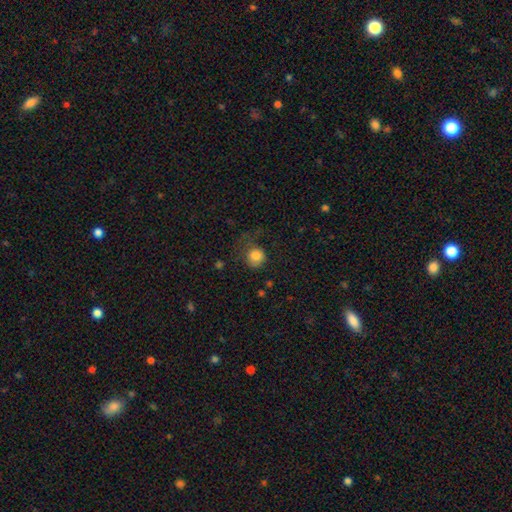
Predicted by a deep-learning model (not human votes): smooth_or_featured: smooth (p=0.82) [alt: star or artifact p=0.10]
how_rounded: round (p=0.87) [alt: in between p=0.12]
merging: none (p=0.54) [alt: minor disturbance p=0.23]